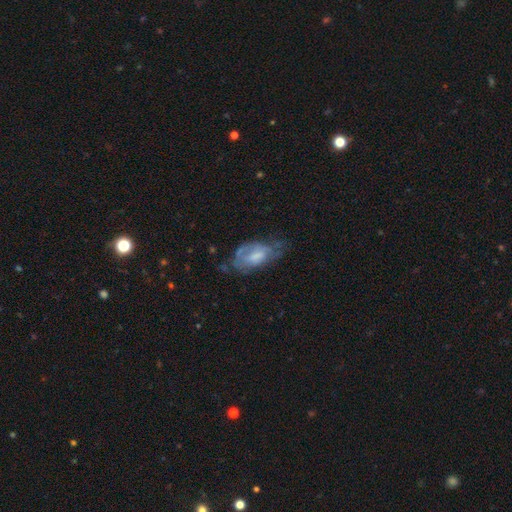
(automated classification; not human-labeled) A featured or disk galaxy (52%). Merging: none (38%).